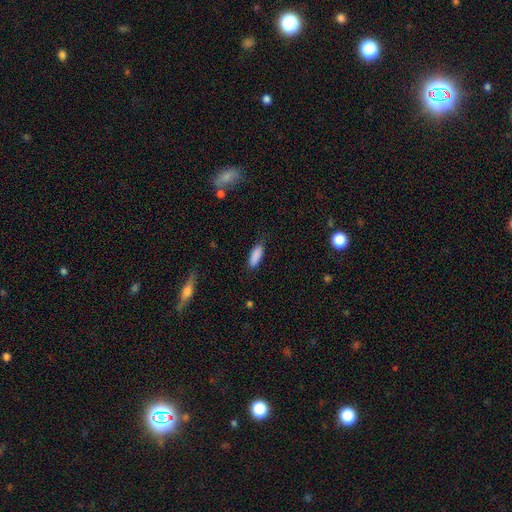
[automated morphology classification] smooth 88%, star or artifact 6%, featured or disk 5%. Down the decision tree: how rounded — in between (66%); merging — none (80%).